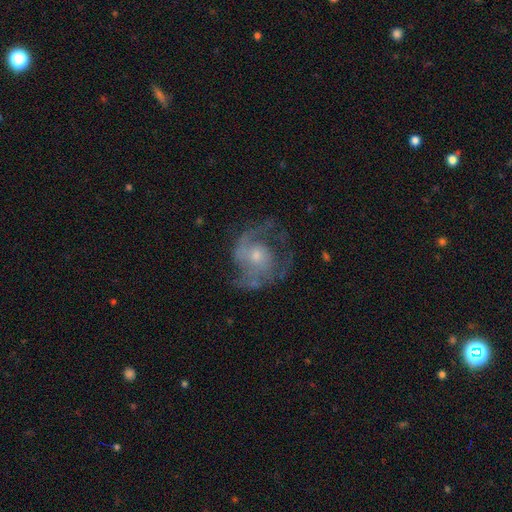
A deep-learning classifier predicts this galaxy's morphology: smooth_or_featured: featured or disk (p=0.80) [alt: smooth p=0.13]
disk_edge_on: no (p=0.98) [alt: yes p=0.02]
bar: no (p=0.73) [alt: weak p=0.23]
has_spiral_arms: yes (p=0.86) [alt: no p=0.14]
spiral_winding: medium (p=0.49) [alt: tight p=0.27]
spiral_arm_count: 2 (p=0.62) [alt: can't tell p=0.16]
bulge_size: small (p=0.50) [alt: moderate p=0.44]
merging: none (p=0.58) [alt: major disturbance p=0.21]